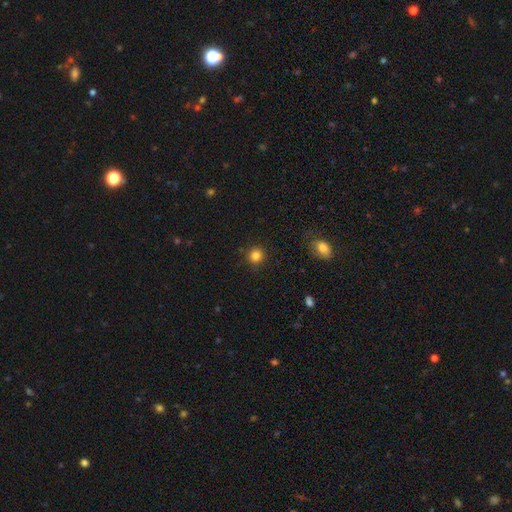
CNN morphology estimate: This is clearly a smooth galaxy (84%). How rounded: clearly round (92%). Merging: clearly none (90%).